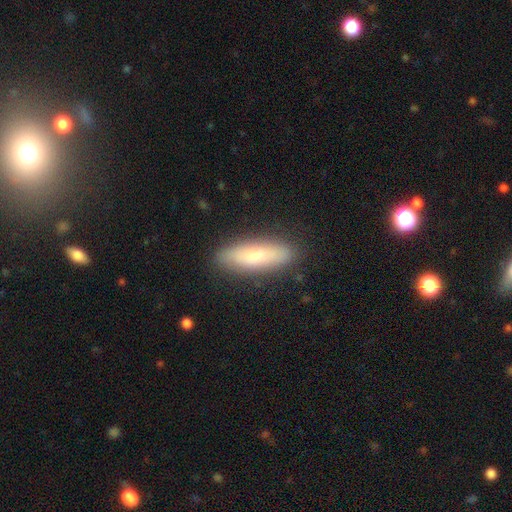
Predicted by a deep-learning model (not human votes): smooth-or-featured: smooth: 73% | featured or disk: 21% | star or artifact: 6%
  how-rounded: cigar-shaped: 53% | in between: 45% | round: 2%
  merging: none: 84% | minor disturbance: 12% | major disturbance: 3% | merger: 1%